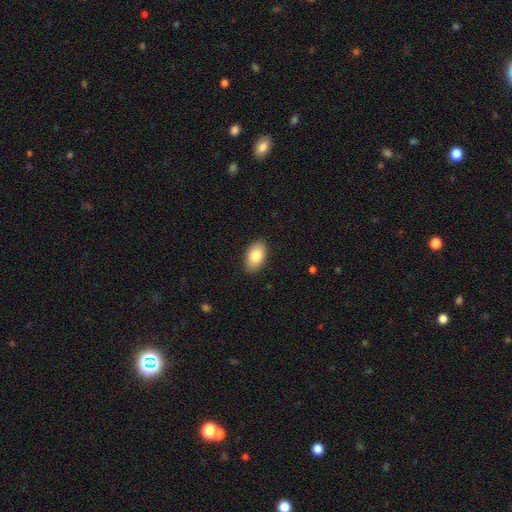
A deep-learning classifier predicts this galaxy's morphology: The model was most divided on "smooth or featured": smooth: 85%, featured or disk: 9%, star or artifact: 6%. More confident: how rounded — in between (94%); merging — none (88%).